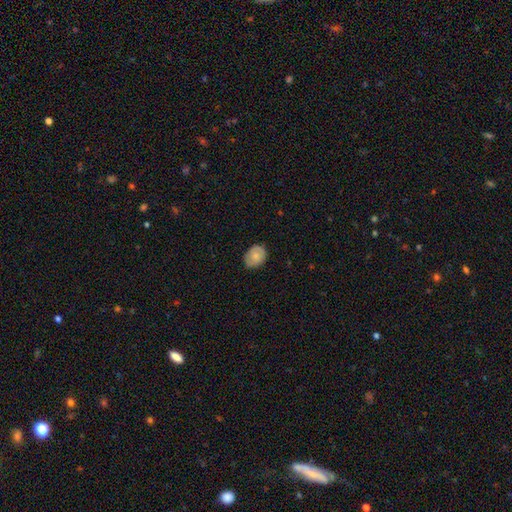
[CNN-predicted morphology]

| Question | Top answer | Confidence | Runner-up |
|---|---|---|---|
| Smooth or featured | smooth | 68% | featured or disk (25%) |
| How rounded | in between | 58% | round (41%) |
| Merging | none | 78% | minor disturbance (18%) |